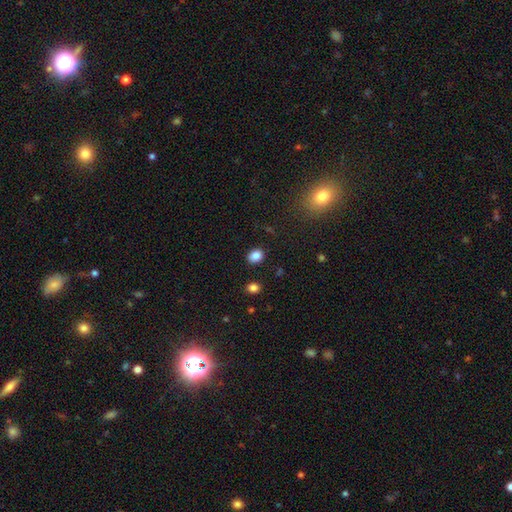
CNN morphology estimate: The model was most divided on "how rounded": round: 50%, in between: 49%, cigar-shaped: 1%. More confident: merging — none (86%); smooth or featured — smooth (85%).